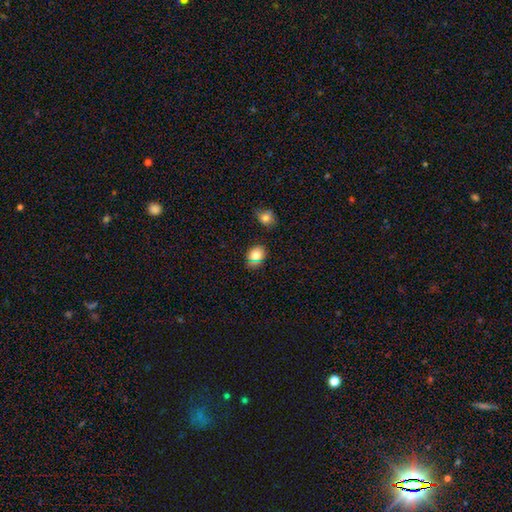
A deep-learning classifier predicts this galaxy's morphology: Smooth or featured?
  - smooth: 76% *
  - star or artifact: 16%
  - featured or disk: 7%
How rounded?
  - in between: 55% *
  - round: 43%
  - cigar-shaped: 1%
Merging?
  - none: 83% *
  - minor disturbance: 11%
  - major disturbance: 3%
  - merger: 3%